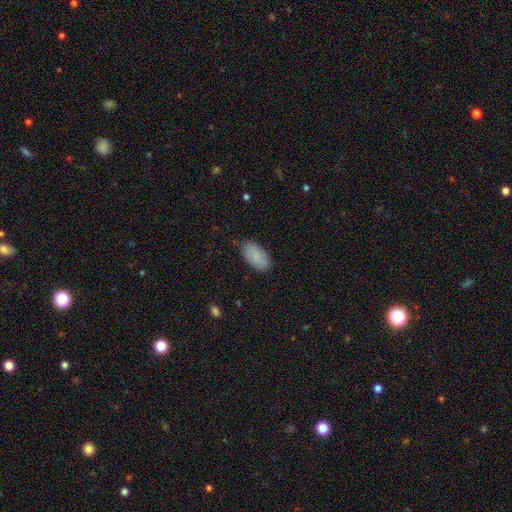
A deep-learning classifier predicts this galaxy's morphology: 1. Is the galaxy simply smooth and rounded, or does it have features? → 83% smooth, 11% featured or disk, 6% star or artifact.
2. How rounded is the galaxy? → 95% in between, 3% round, 2% cigar-shaped.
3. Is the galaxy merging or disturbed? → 83% none, 14% minor disturbance, 3% major disturbance, 1% merger.